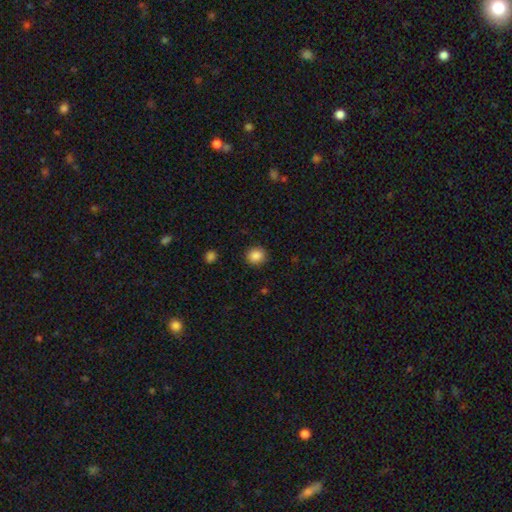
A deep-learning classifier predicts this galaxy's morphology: Smooth or featured? smooth (87%)
How rounded? round (85%)
Merging? none (91%)